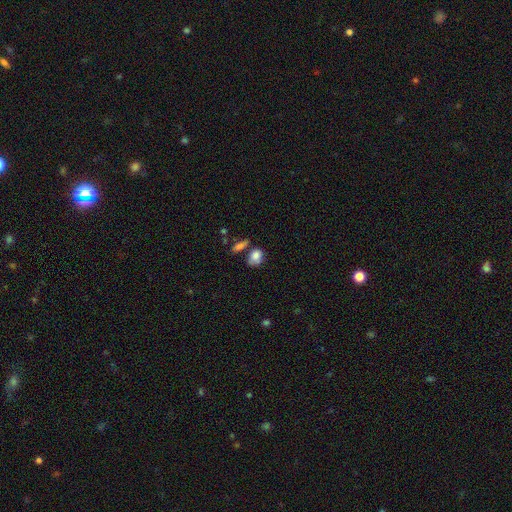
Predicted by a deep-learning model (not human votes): smooth-or-featured: smooth: 79% | featured or disk: 12% | star or artifact: 9%
  how-rounded: in between: 62% | round: 36% | cigar-shaped: 3%
  merging: none: 50% | minor disturbance: 24% | merger: 18% | major disturbance: 8%